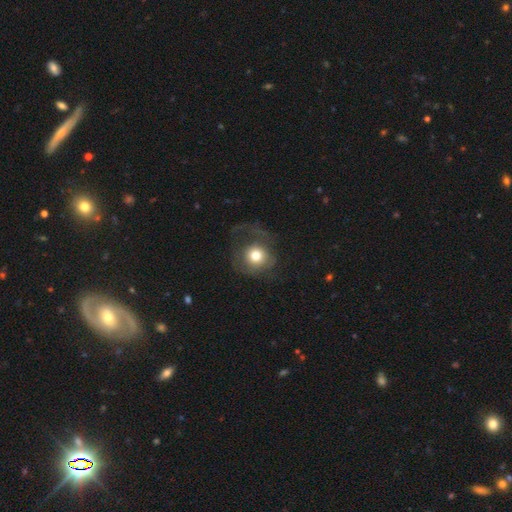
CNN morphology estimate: This appears to be a smooth galaxy with no disk features (64%) that is round (86%). Merging: none (42%).